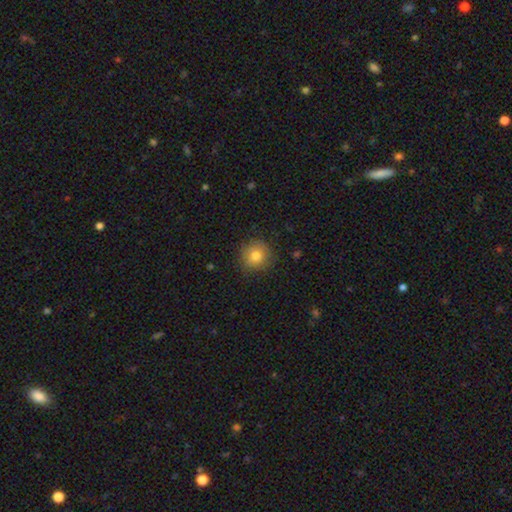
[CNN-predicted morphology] Smooth or featured? Predicted: smooth (p=0.81). How rounded? Predicted: round (p=0.92). Merging? Predicted: none (p=0.86).